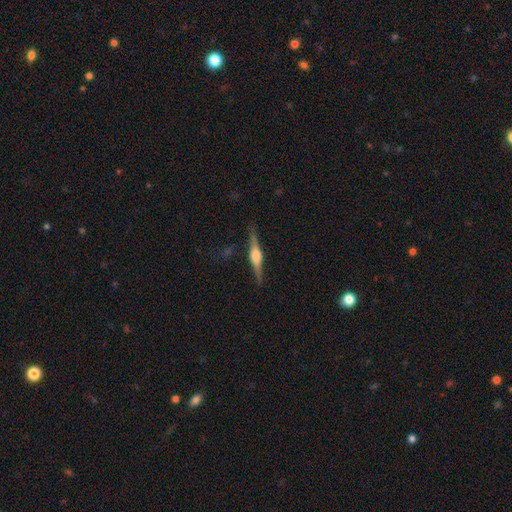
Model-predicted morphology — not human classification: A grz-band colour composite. It shows a featured or disk galaxy (79%) viewed edge-on (98%) with a rounded central bulge (89%). Merging: none (88%).